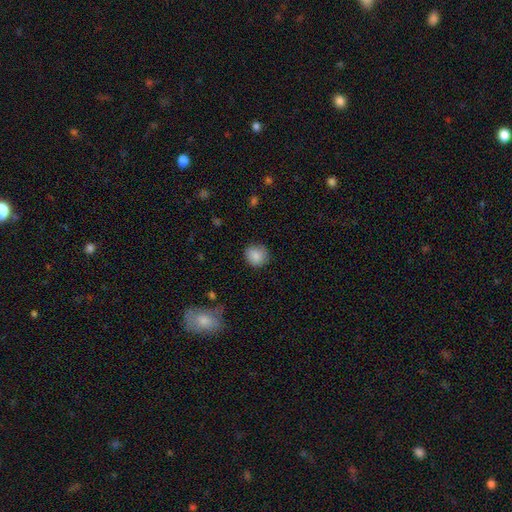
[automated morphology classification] Overall: smooth (86%). How rounded: round (83%). Merging: none (84%).